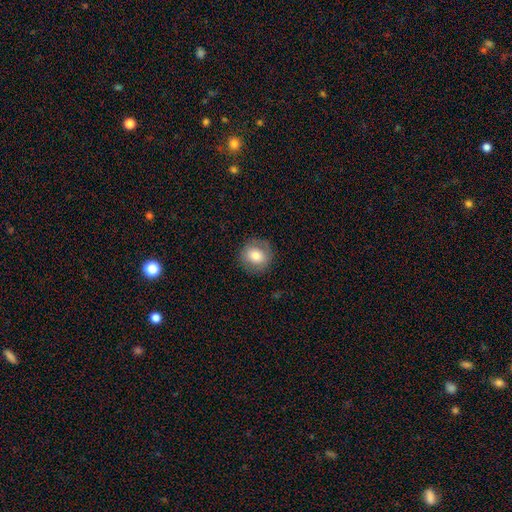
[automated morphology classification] type=smooth (72%); roundness=round (86%); merging=none (84%).